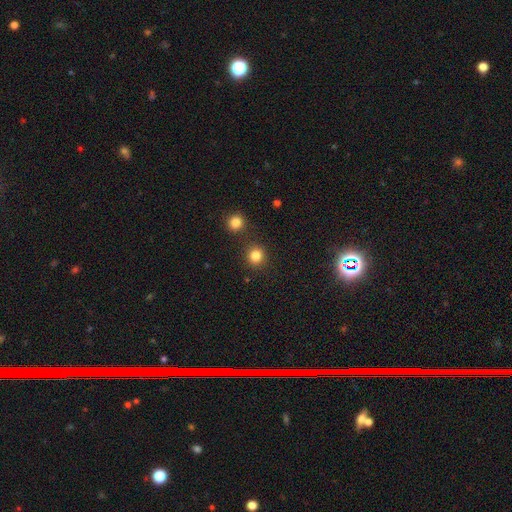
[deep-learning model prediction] A smooth galaxy with no disk features (83%) that is round (89%).

Vote fractions:
- Smooth or featured? smooth: 83% / star or artifact: 12% / featured or disk: 4%
- How rounded? round: 89% / in between: 10% / cigar-shaped: 1%
- Merging? none: 85% / minor disturbance: 7% / merger: 6% / major disturbance: 3%